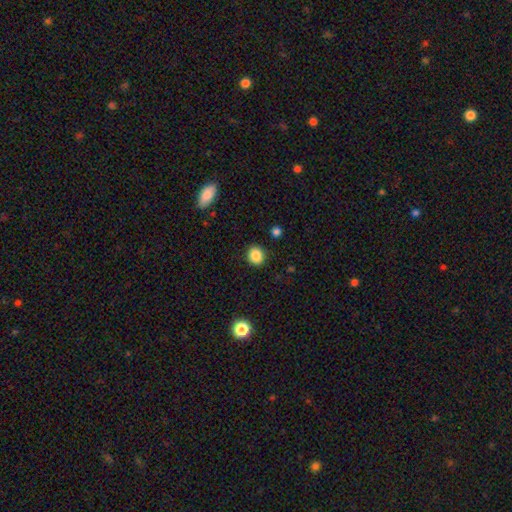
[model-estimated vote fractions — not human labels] smooth 87%, star or artifact 10%, featured or disk 4%. Down the decision tree: how rounded — round (79%); merging — none (90%).